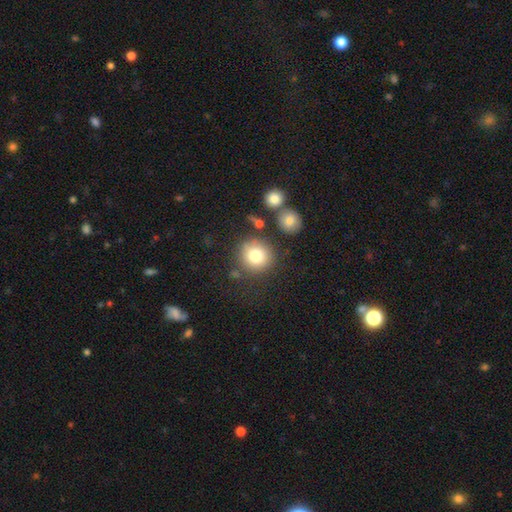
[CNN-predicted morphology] Overall: smooth (80%). How rounded: round (91%). Merging: none (77%).